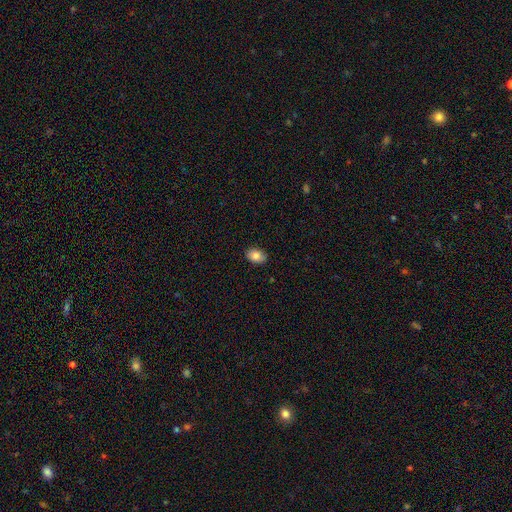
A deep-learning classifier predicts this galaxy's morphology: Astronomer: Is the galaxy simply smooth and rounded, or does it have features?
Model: smooth — 85%.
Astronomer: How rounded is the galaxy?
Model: in between — 83%.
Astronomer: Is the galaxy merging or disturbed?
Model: none — 88%.